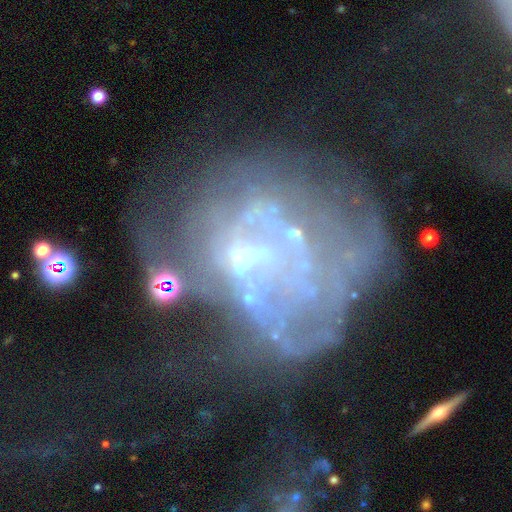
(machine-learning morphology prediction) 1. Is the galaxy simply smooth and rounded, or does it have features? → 73% featured or disk, 13% smooth, 13% star or artifact.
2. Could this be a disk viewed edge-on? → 98% no, 2% yes.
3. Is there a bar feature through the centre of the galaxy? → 69% no, 24% weak, 7% strong.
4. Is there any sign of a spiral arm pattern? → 60% no, 40% yes.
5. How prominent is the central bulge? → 35% small, 32% none, 28% moderate, 4% large, 2% dominant.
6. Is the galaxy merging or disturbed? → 38% major disturbance, 30% none, 17% minor disturbance, 15% merger.